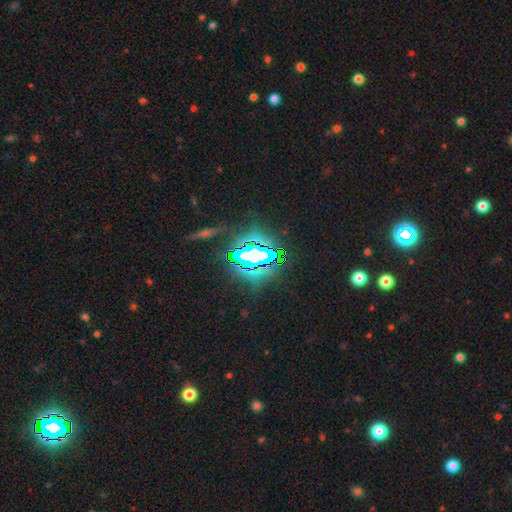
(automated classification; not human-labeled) Smooth or featured?
  - star or artifact: 75% *
  - featured or disk: 12%
  - smooth: 12%